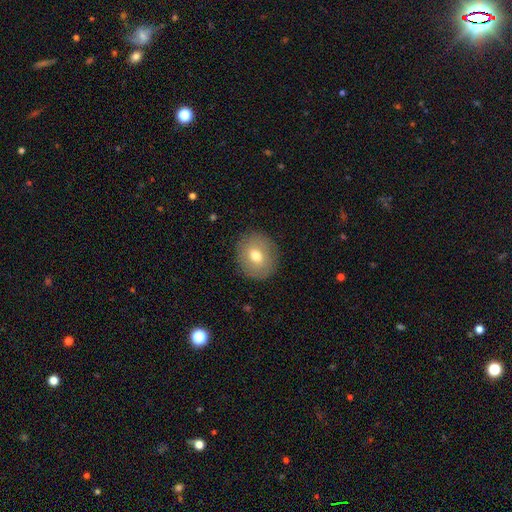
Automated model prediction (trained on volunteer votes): A smooth galaxy with no disk features (71%) that is round (78%).

Vote fractions:
- Smooth or featured? smooth: 71% / featured or disk: 20% / star or artifact: 9%
- How rounded? round: 78% / in between: 21% / cigar-shaped: 1%
- Merging? none: 88% / minor disturbance: 8% / major disturbance: 3% / merger: 1%